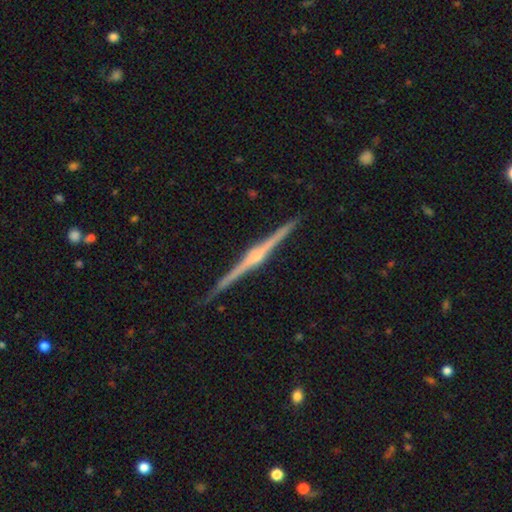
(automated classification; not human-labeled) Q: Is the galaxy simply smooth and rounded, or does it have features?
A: featured or disk — 89%.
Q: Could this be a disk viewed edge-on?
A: yes — 99%.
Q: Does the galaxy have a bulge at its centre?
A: rounded — 85%.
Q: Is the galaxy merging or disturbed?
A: none — 91%.